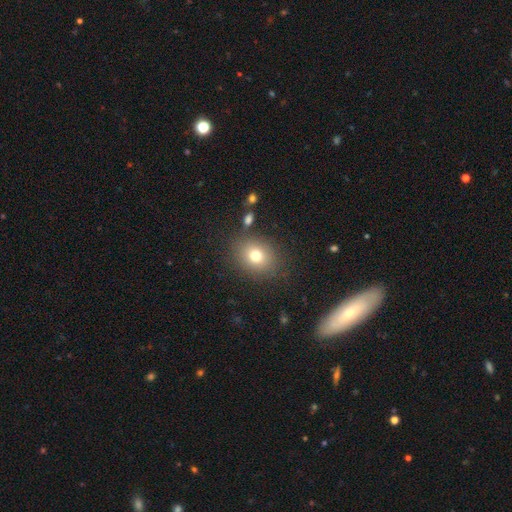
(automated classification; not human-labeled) A smooth galaxy with no disk features (76%) that is round (64%). Merging: none (83%).